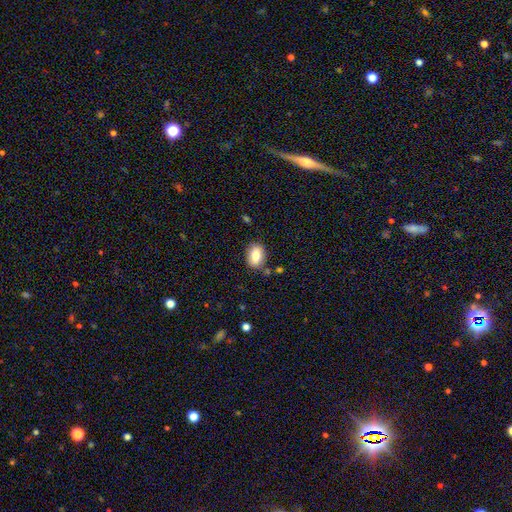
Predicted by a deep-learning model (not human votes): A smooth galaxy with no disk features (79%) that is in between round and cigar-shaped (77%).

Vote fractions:
- Smooth or featured? smooth: 79% / featured or disk: 13% / star or artifact: 8%
- How rounded? in between: 77% / round: 21% / cigar-shaped: 2%
- Merging? none: 81% / minor disturbance: 12% / merger: 3% / major disturbance: 3%